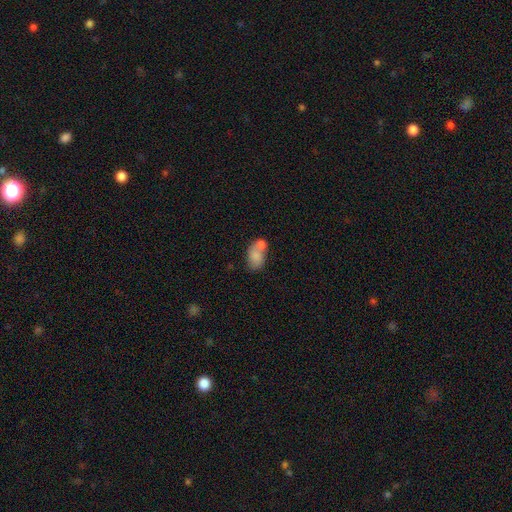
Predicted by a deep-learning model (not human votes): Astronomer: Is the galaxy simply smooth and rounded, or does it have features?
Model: smooth — 75%.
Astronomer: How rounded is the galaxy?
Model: in between — 83%.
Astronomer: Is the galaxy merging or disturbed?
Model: merger — 52% (runner-up: none, 29%).